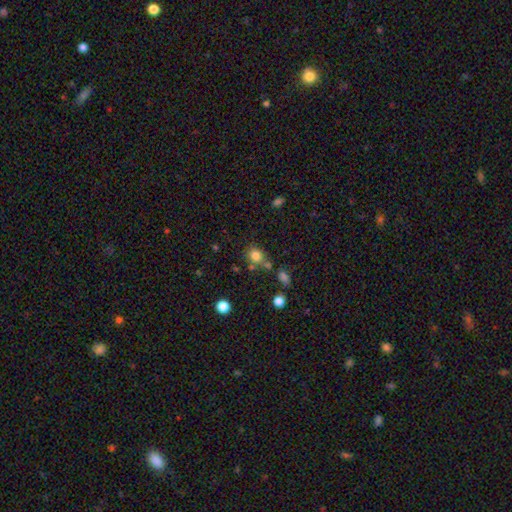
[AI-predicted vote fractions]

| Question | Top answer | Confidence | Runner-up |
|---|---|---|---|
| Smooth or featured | smooth | 80% | star or artifact (13%) |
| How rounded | round | 73% | in between (25%) |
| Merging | none | 61% | merger (19%) |